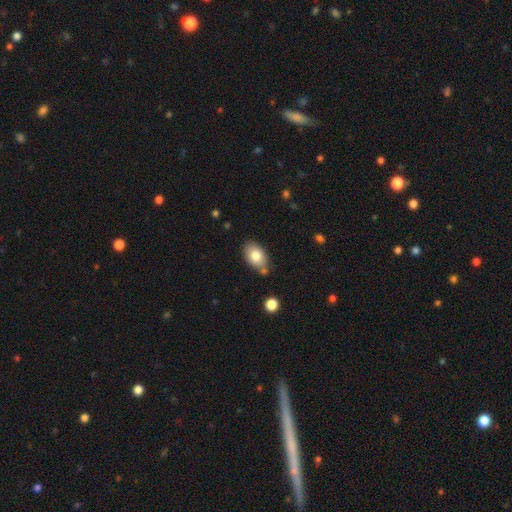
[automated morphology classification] A smooth galaxy with no disk features (79%) that is in between round and cigar-shaped (88%). Merging: none (71%).